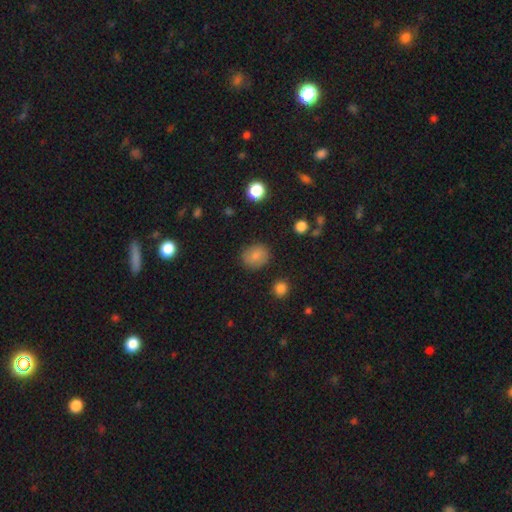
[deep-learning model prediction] smooth_or_featured: smooth (p=0.81) [alt: star or artifact p=0.10]
how_rounded: round (p=0.68) [alt: in between p=0.31]
merging: none (p=0.84) [alt: minor disturbance p=0.11]